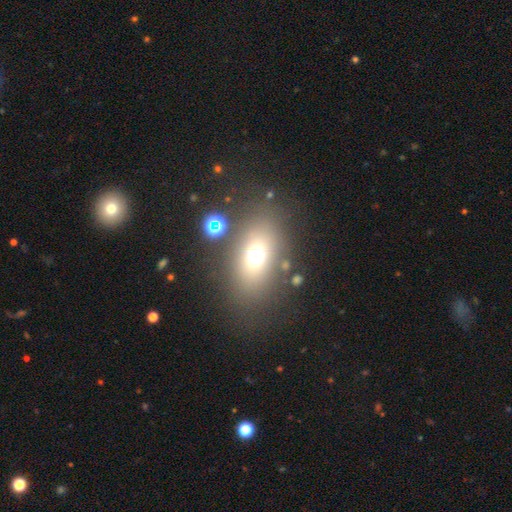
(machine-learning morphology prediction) Overall: smooth (66%). How rounded: in between (69%; round 29%). Merging: none (76%).